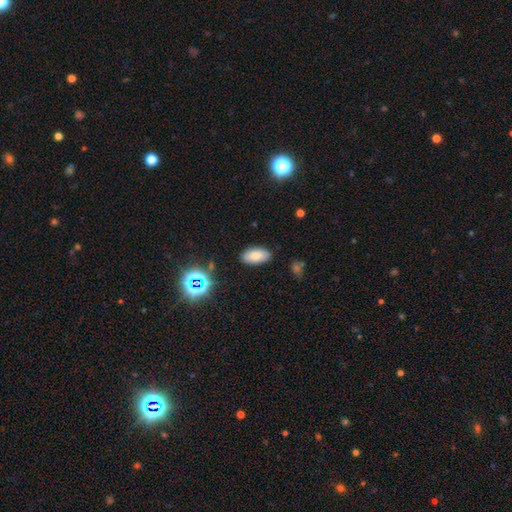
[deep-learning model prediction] Smooth or featured? Predicted: smooth (p=0.80). How rounded? Predicted: in between (p=0.93). Merging? Predicted: none (p=0.86).